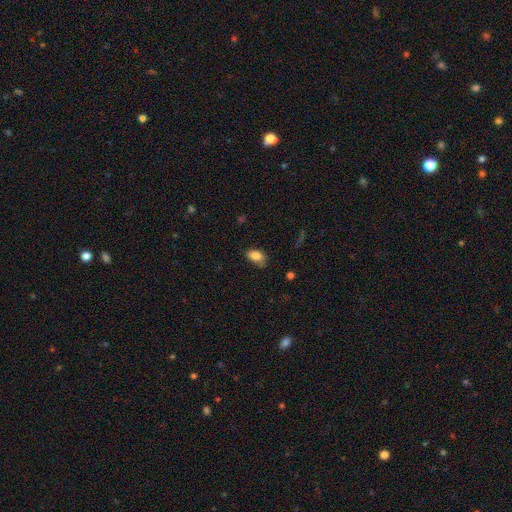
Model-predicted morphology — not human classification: type=smooth (85%); roundness=in between (88%); merging=none (66%).